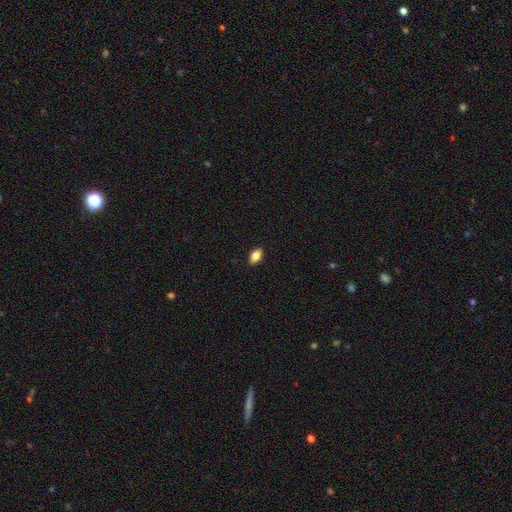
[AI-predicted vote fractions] Overall: smooth (83%). How rounded: in between (89%). Merging: none (89%).